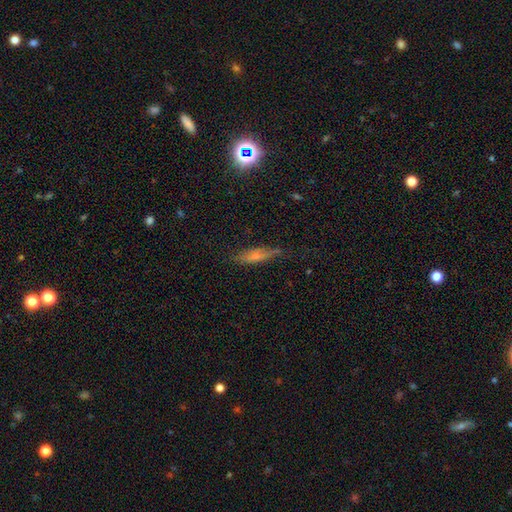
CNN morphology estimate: smooth-or-featured: smooth: 57% | featured or disk: 32% | star or artifact: 10%
  how-rounded: cigar-shaped: 63% | in between: 34% | round: 3%
  merging: none: 71% | minor disturbance: 22% | major disturbance: 5% | merger: 2%